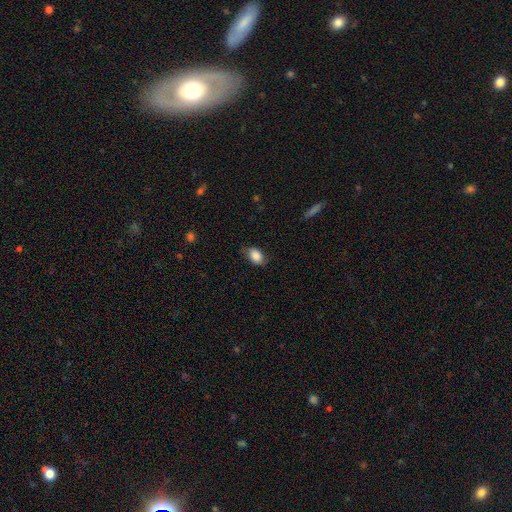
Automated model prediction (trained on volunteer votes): smooth 84%, featured or disk 9%, star or artifact 7%. Down the decision tree: how rounded — in between (85%); merging — none (71%).